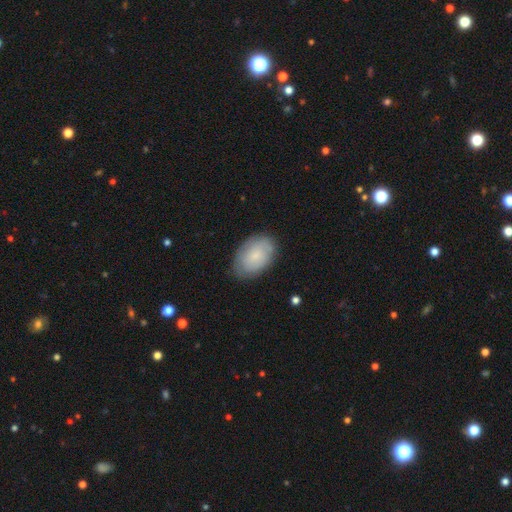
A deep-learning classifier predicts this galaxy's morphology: Smooth or featured? smooth (76%)
How rounded? in between (90%)
Merging? none (80%)